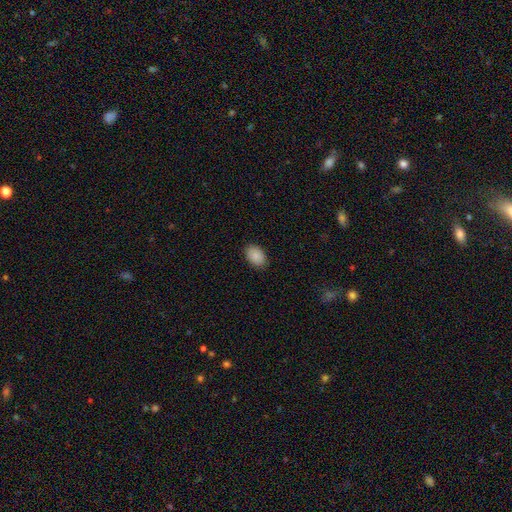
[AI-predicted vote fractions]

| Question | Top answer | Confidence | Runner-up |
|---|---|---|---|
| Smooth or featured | smooth | 88% | star or artifact (7%) |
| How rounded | in between | 83% | round (16%) |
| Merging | none | 89% | minor disturbance (9%) |